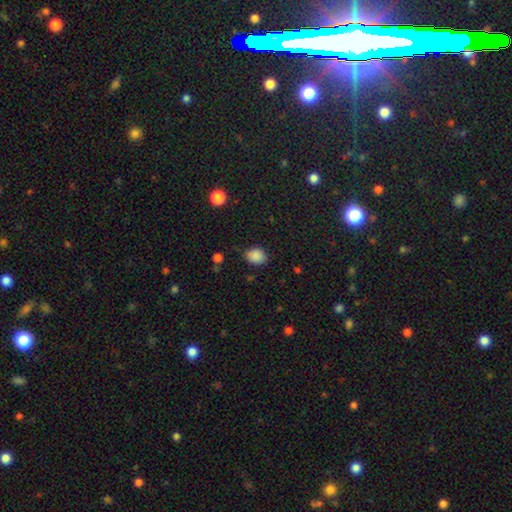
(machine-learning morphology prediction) Smooth or featured?
  - smooth: 87% *
  - star or artifact: 9%
  - featured or disk: 4%
How rounded?
  - in between: 51% *
  - round: 49%
  - cigar-shaped: 1%
Merging?
  - none: 76% *
  - minor disturbance: 18%
  - major disturbance: 4%
  - merger: 2%